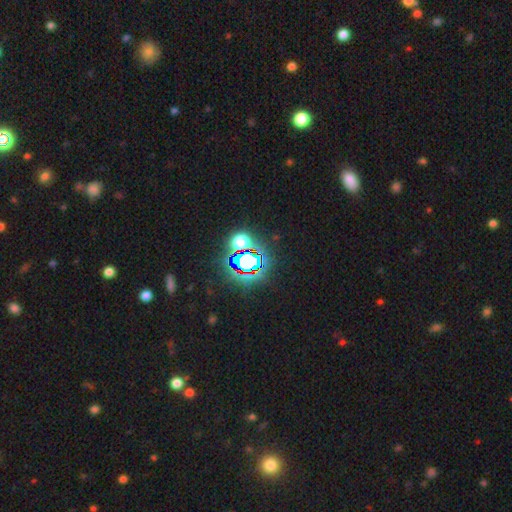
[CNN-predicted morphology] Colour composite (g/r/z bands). It shows a star or artifact, not a galaxy (79%).